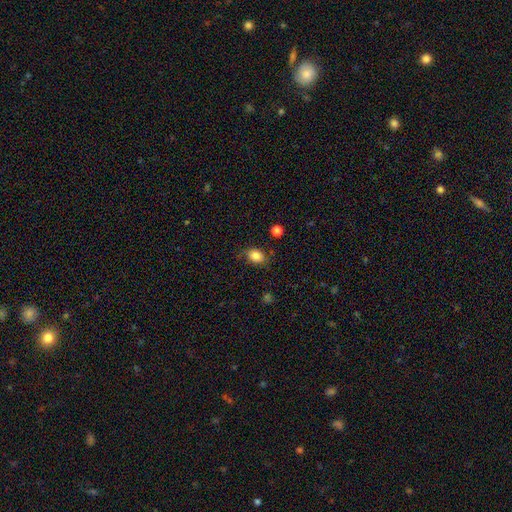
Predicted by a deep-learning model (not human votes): Smooth or featured: smooth — 83% (star or artifact — 10%)
How rounded: in between — 69% (round — 30%)
Merging: none — 76% (minor disturbance — 18%)